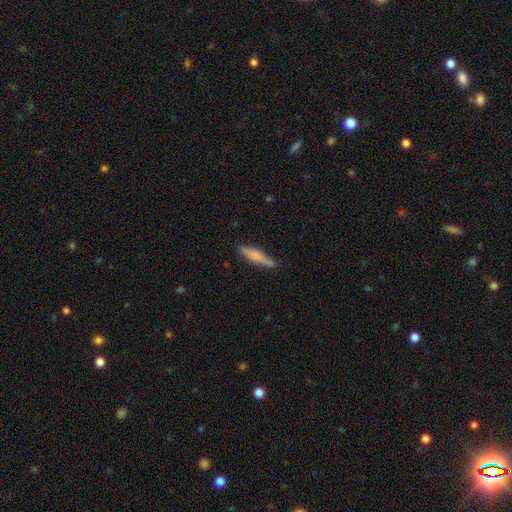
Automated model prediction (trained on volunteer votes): The model was most divided on "smooth or featured": smooth: 61%, featured or disk: 32%, star or artifact: 6%. More confident: how rounded — cigar-shaped (84%); merging — none (81%).